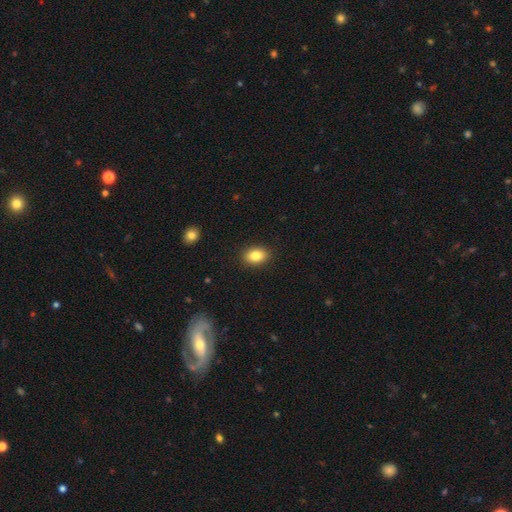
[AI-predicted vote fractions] A smooth galaxy with no disk features (84%) that is in between round and cigar-shaped (78%).

Vote fractions:
- Smooth or featured? smooth: 84% / star or artifact: 8% / featured or disk: 7%
- How rounded? in between: 78% / round: 20% / cigar-shaped: 1%
- Merging? none: 89% / minor disturbance: 7% / major disturbance: 2% / merger: 1%